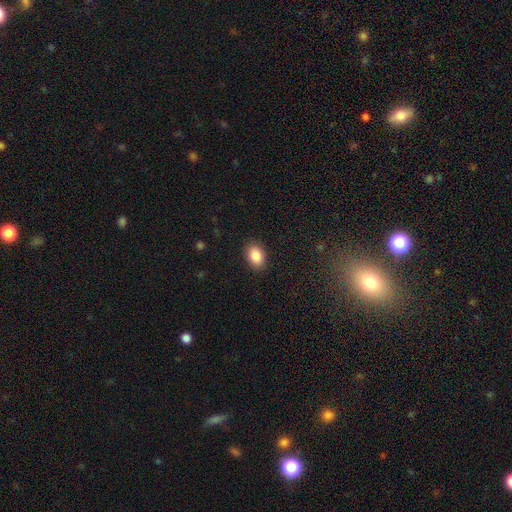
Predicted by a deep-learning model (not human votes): A smooth galaxy with no disk features (87%) that is in between round and cigar-shaped (83%).

Vote fractions:
- Smooth or featured? smooth: 87% / star or artifact: 8% / featured or disk: 5%
- How rounded? in between: 83% / round: 15% / cigar-shaped: 1%
- Merging? none: 89% / minor disturbance: 8% / major disturbance: 2% / merger: 1%